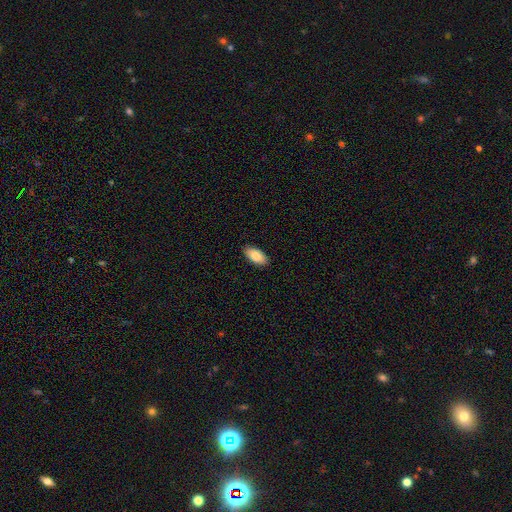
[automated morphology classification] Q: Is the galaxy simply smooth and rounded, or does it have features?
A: smooth — 85%.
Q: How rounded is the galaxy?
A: in between — 93%.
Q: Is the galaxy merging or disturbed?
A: none — 90%.